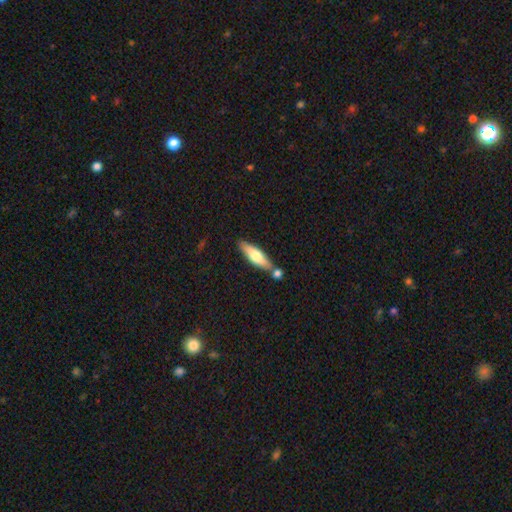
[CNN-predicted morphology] smooth_or_featured: smooth (p=0.62) [alt: featured or disk p=0.32]
how_rounded: cigar-shaped (p=0.62) [alt: in between p=0.36]
merging: none (p=0.65) [alt: merger p=0.20]